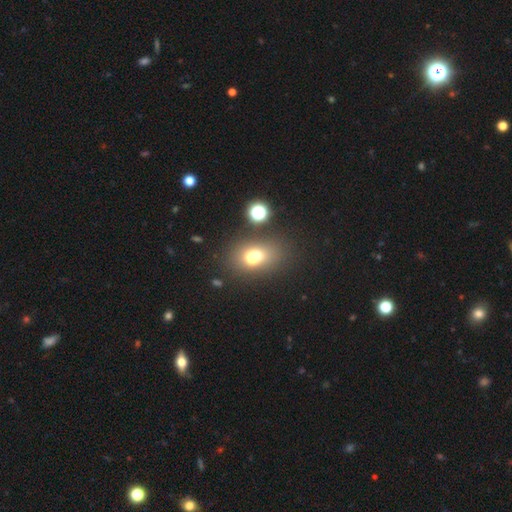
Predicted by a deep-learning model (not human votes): Overall: smooth (63%). How rounded: in between (53%; round 45%). Merging: none (65%).